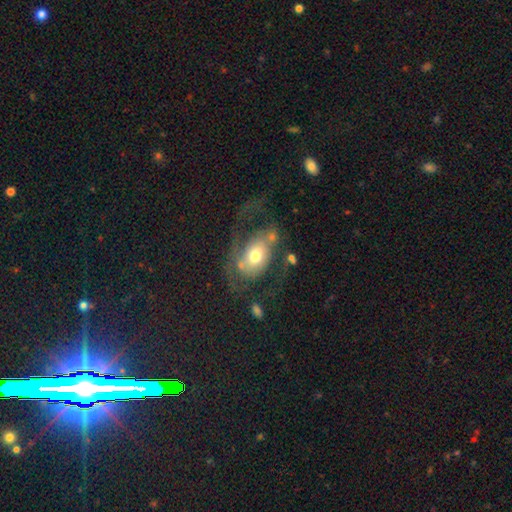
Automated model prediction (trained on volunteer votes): Morphology: type=featured or disk (57%); edge-on=no (94%); bar=no (75%); spiral arms=yes (67%); bulge=moderate (63%); merging=major disturbance (41%).